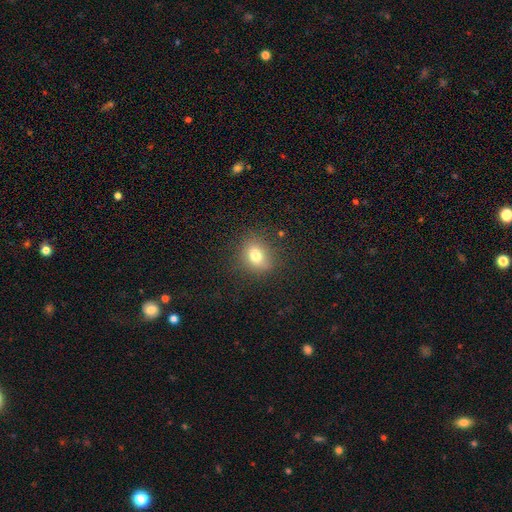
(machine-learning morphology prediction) smooth 76%, star or artifact 14%, featured or disk 10%. Down the decision tree: how rounded — round (61%); merging — none (81%).